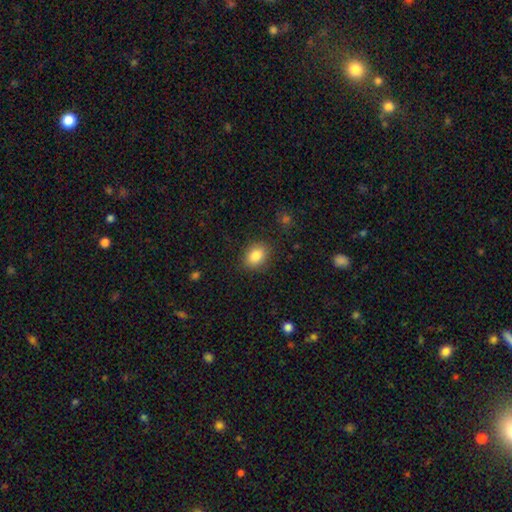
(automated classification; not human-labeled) This appears to be a smooth galaxy with no disk features (84%) that is in between round and cigar-shaped (63%). Merging: none (85%).